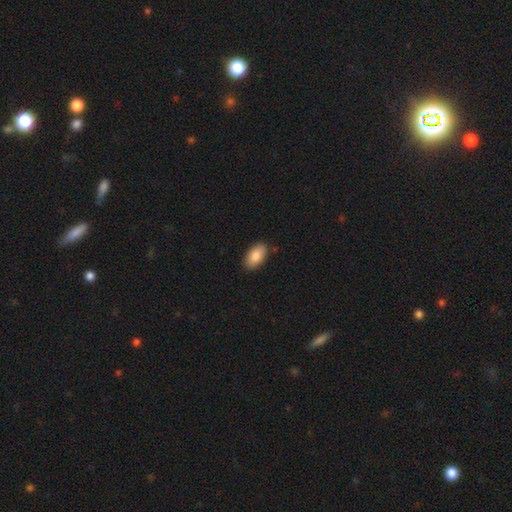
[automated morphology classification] Q: Smooth or featured?
A: smooth (87%); runner-up: featured or disk (7%)
Q: How rounded?
A: in between (94%); runner-up: round (3%)
Q: Merging?
A: none (86%); runner-up: minor disturbance (10%)